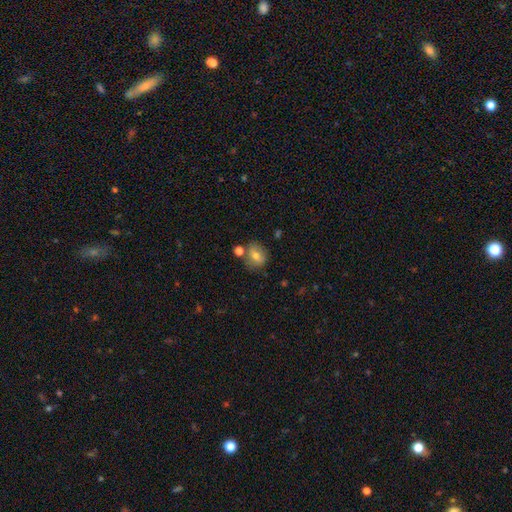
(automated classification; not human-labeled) Smooth or featured: smooth — 66% (featured or disk — 24%)
How rounded: round — 59% (in between — 40%)
Merging: none — 67% (minor disturbance — 15%)